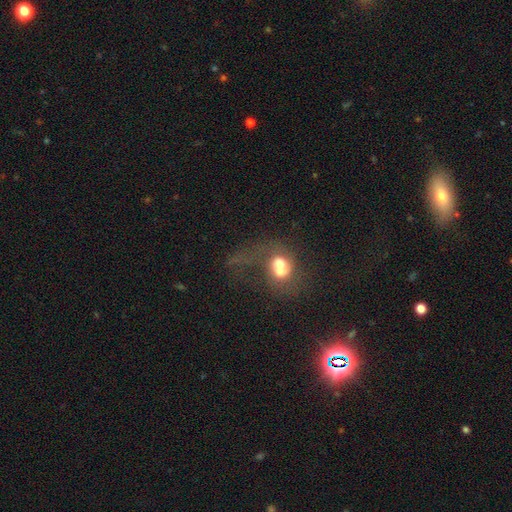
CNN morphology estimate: Smooth or featured? Predicted: smooth (p=0.38). Merging? Predicted: none (p=0.39).